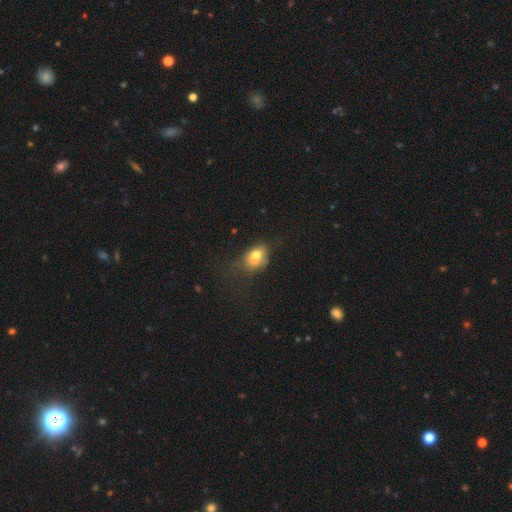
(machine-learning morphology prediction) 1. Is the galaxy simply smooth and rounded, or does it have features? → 72% smooth, 17% featured or disk, 11% star or artifact.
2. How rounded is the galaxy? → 77% in between, 21% round, 2% cigar-shaped.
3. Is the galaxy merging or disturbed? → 35% none, 30% minor disturbance, 27% major disturbance, 9% merger.